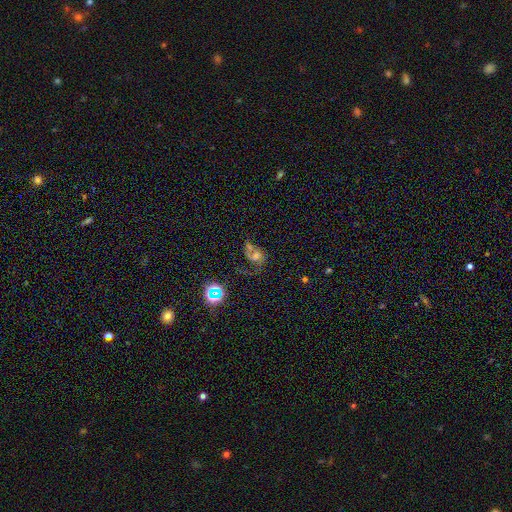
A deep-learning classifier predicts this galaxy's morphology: type=featured or disk (43%); merging=merger (33%).